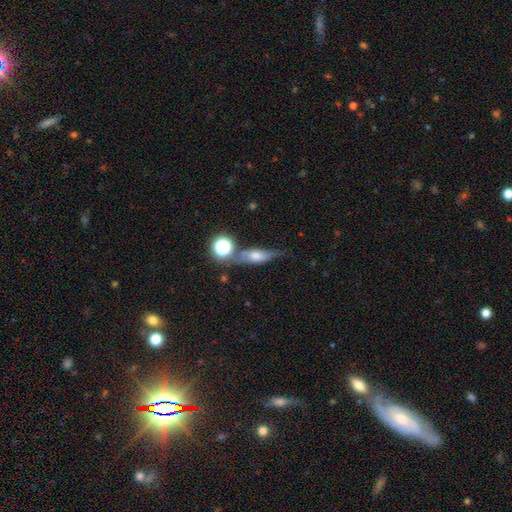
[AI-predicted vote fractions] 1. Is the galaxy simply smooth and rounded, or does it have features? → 45% featured or disk, 41% smooth, 15% star or artifact.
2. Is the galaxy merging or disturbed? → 63% none, 18% minor disturbance, 12% merger, 7% major disturbance.